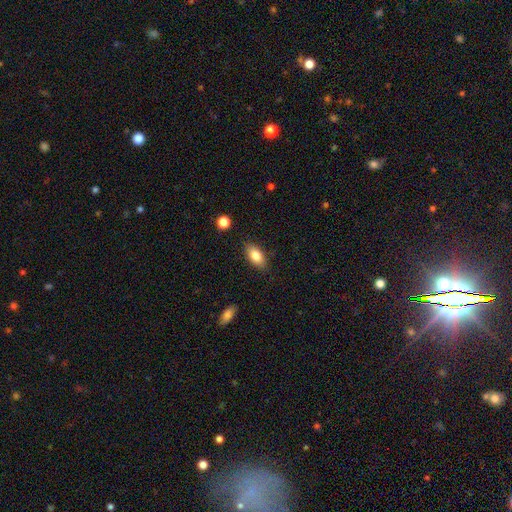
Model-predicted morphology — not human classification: This appears to be a smooth galaxy with no disk features (81%) that is in between round and cigar-shaped (89%). Merging: none (86%).